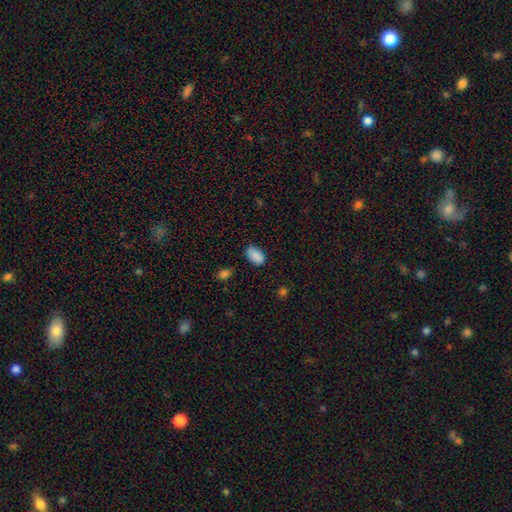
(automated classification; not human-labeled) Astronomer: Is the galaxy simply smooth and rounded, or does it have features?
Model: smooth — 88%.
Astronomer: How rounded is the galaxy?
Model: in between — 92%.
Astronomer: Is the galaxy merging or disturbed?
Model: none — 75%.